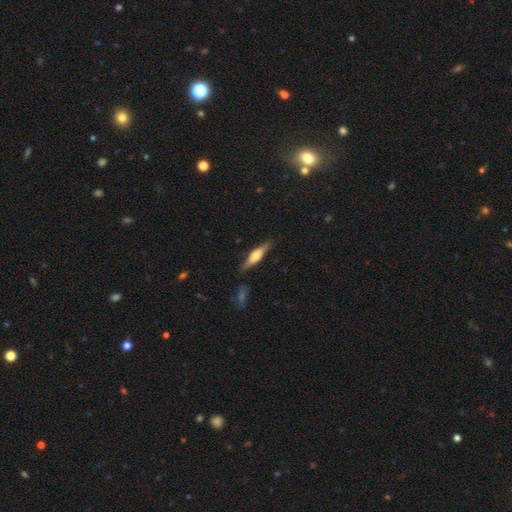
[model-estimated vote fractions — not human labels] This appears to be a featured or disk galaxy (52%) viewed edge-on (94%). Merging: none (84%).